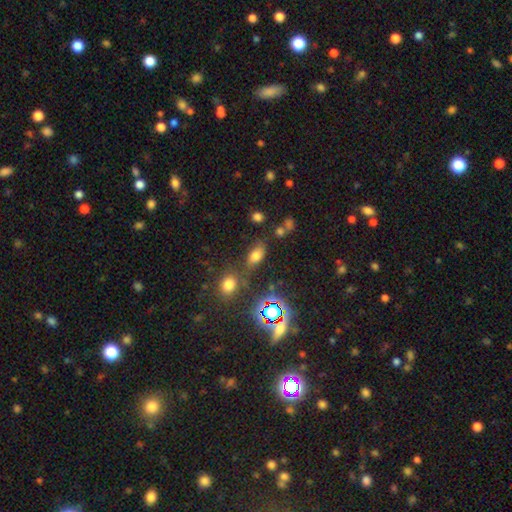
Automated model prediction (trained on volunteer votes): Smooth or featured: smooth — 69% (star or artifact — 21%)
How rounded: in between — 83% (round — 12%)
Merging: none — 66% (minor disturbance — 16%)